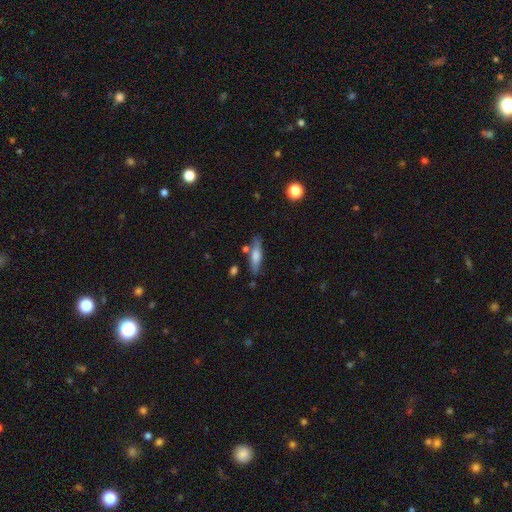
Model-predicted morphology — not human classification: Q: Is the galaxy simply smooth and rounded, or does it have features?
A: smooth — 63%.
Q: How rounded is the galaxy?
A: cigar-shaped — 67%.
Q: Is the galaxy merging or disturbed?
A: none — 74%.